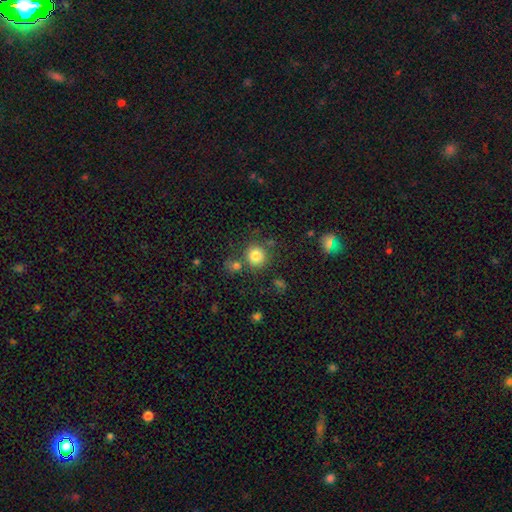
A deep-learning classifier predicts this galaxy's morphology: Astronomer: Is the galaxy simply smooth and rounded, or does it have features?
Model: smooth — 82%.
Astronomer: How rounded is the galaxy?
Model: round — 89%.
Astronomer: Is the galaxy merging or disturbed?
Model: none — 75%.